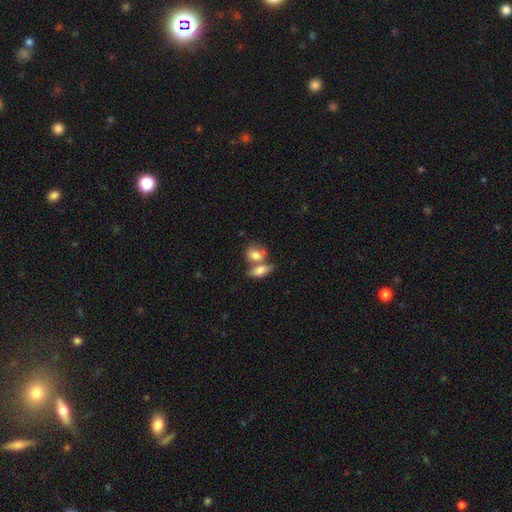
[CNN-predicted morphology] The model was most divided on "merging": merger: 51%, none: 34%, minor disturbance: 10%, major disturbance: 4%. More confident: smooth or featured — smooth (78%); how rounded — in between (65%).